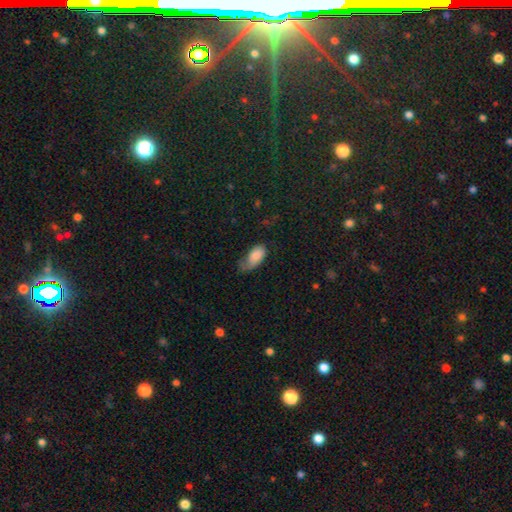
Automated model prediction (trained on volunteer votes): Smooth or featured? smooth (80%)
How rounded? in between (93%)
Merging? minor disturbance (38%)